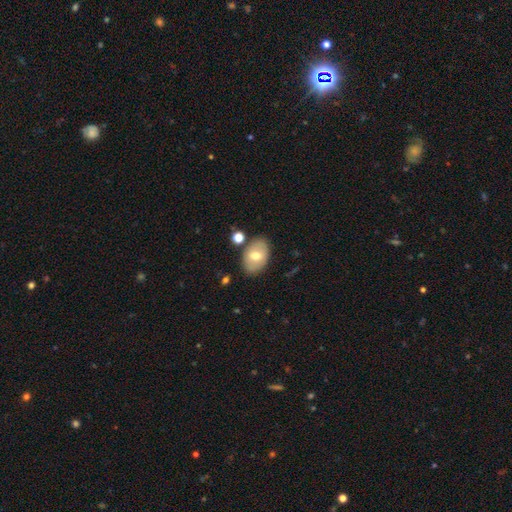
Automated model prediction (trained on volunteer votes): This appears to be a smooth galaxy with no disk features (61%) that is in between round and cigar-shaped (84%). Merging: none (80%).